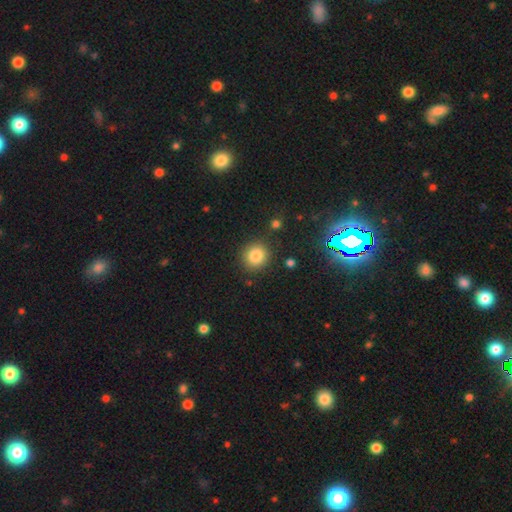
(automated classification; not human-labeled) Smooth or featured?
  - smooth: 83% *
  - star or artifact: 11%
  - featured or disk: 6%
How rounded?
  - round: 86% *
  - in between: 13%
  - cigar-shaped: 1%
Merging?
  - none: 86% *
  - minor disturbance: 8%
  - merger: 3%
  - major disturbance: 3%